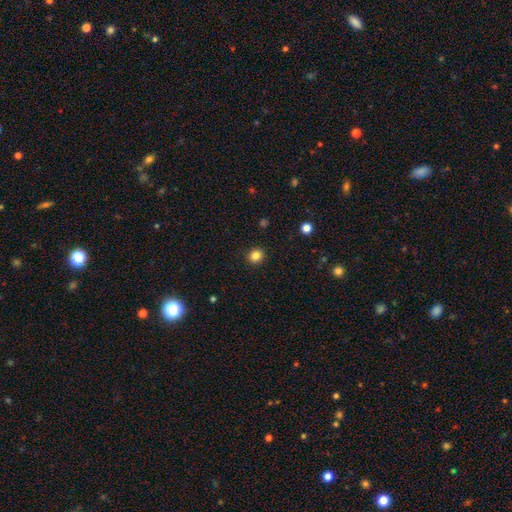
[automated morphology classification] Smooth or featured: smooth — 84% (star or artifact — 12%)
How rounded: round — 85% (in between — 14%)
Merging: none — 92% (minor disturbance — 5%)